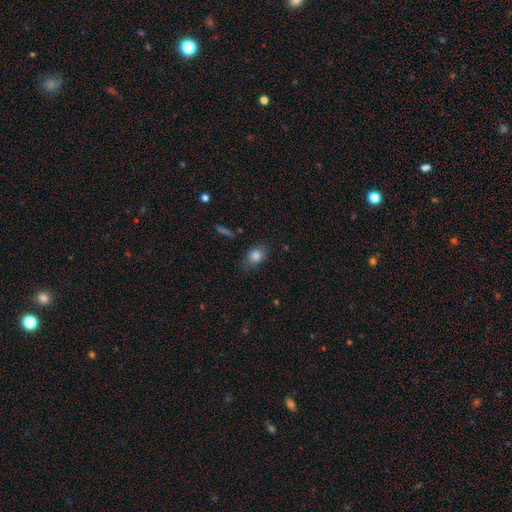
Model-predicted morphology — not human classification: smooth_or_featured: smooth (p=0.83) [alt: star or artifact p=0.09]
how_rounded: in between (p=0.62) [alt: round p=0.36]
merging: none (p=0.75) [alt: minor disturbance p=0.19]